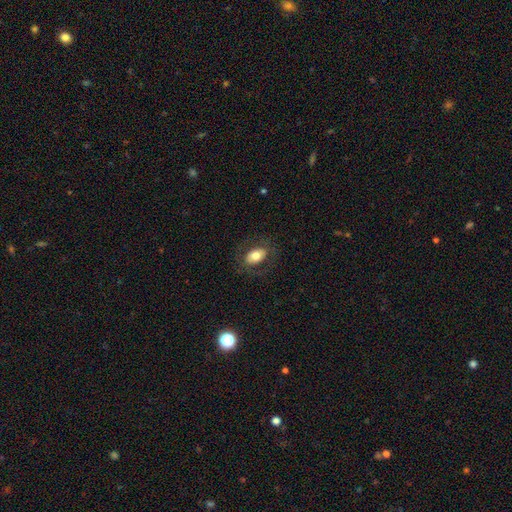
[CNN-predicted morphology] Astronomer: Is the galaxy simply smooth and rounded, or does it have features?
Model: smooth — 70%.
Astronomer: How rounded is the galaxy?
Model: in between — 84%.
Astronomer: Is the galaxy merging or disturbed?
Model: none — 79%.